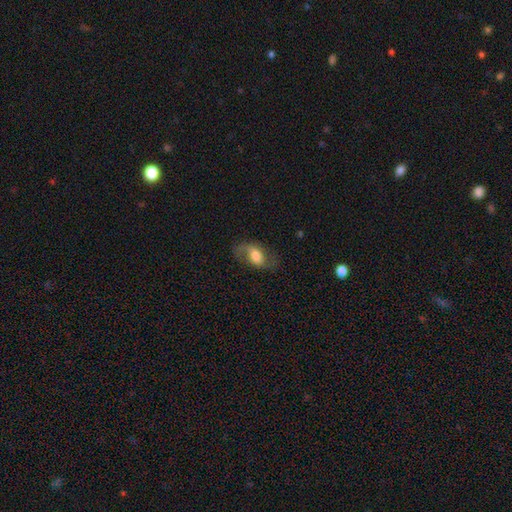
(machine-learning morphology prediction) Smooth or featured? featured or disk (53%)
Edge-on disk? no (93%)
Merging? none (63%)